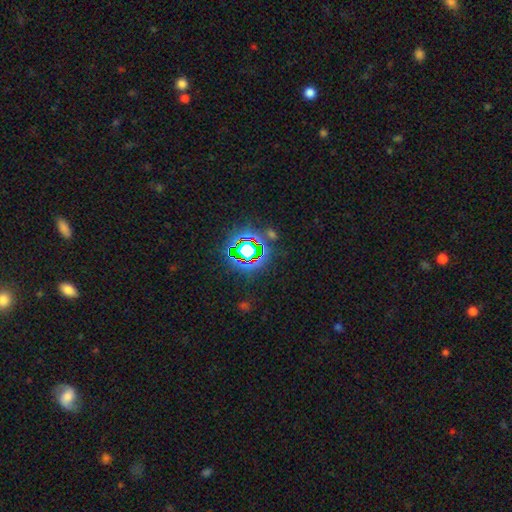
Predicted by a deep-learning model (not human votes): Q: Smooth or featured?
A: star or artifact (78%); runner-up: smooth (13%)